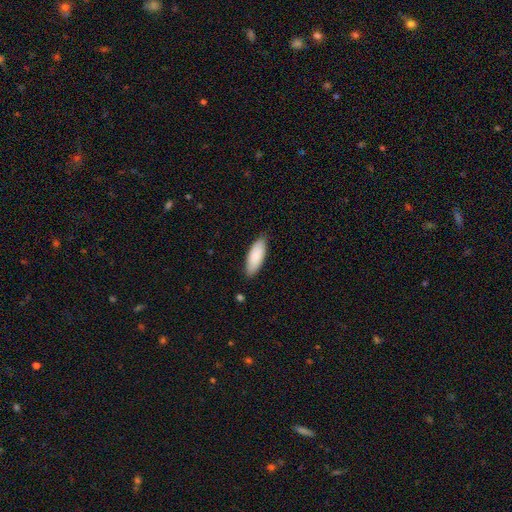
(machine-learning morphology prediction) This appears to be a smooth galaxy with no disk features (83%) that is in between round and cigar-shaped (75%). Merging: none (81%).